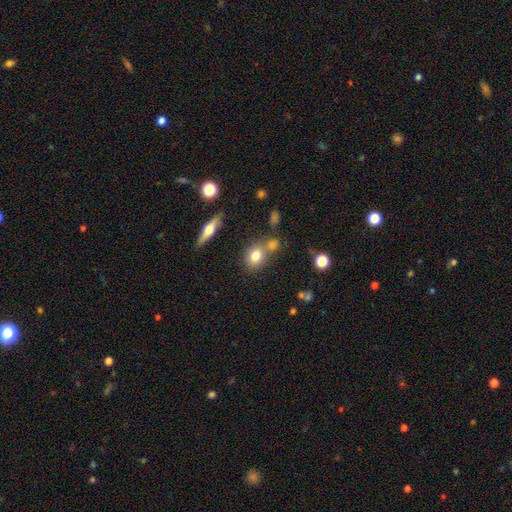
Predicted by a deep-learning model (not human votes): smooth 78%, featured or disk 12%, star or artifact 10%. Down the decision tree: how rounded — round (50%); merging — none (60%).